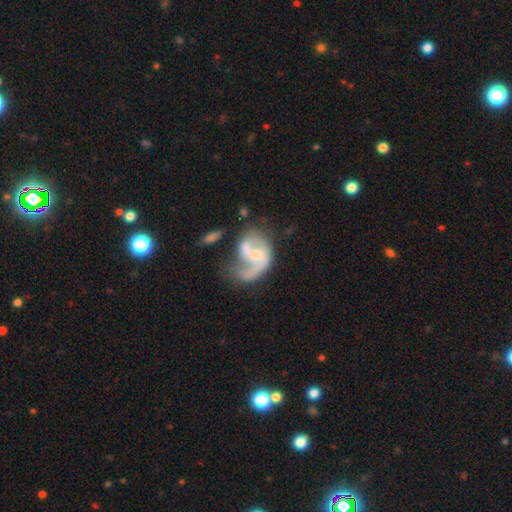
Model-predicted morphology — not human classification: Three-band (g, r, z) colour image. It shows a featured or disk galaxy (75%) with no bar (54%), 1 (48%) loose (49%) spiral arms (83%) and a small central bulge (44%). Merging: major disturbance (39%).